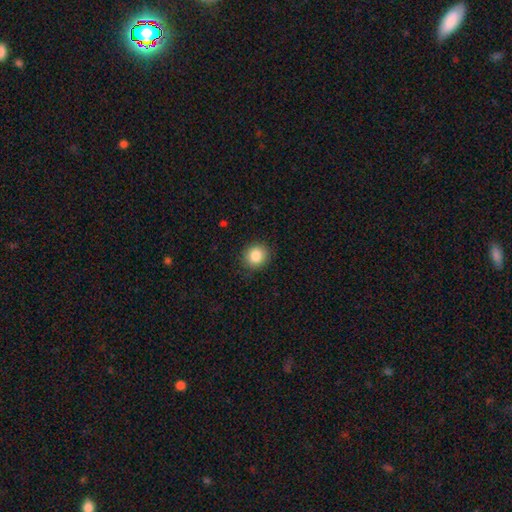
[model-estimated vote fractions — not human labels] A smooth galaxy with no disk features (85%) that is round (82%). Merging: none (89%).